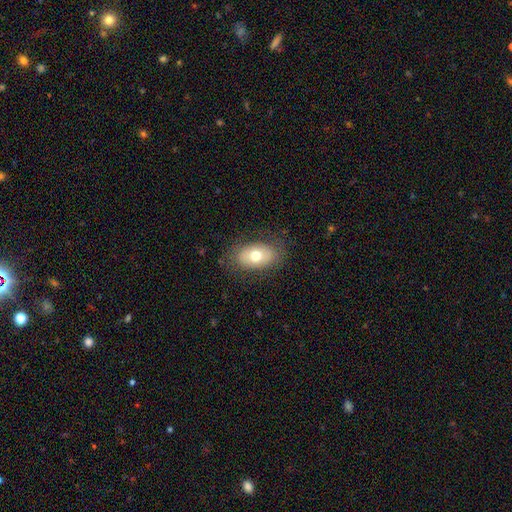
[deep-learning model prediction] The model was most divided on "smooth or featured": smooth: 69%, featured or disk: 23%, star or artifact: 8%. More confident: how rounded — in between (89%); merging — none (80%).